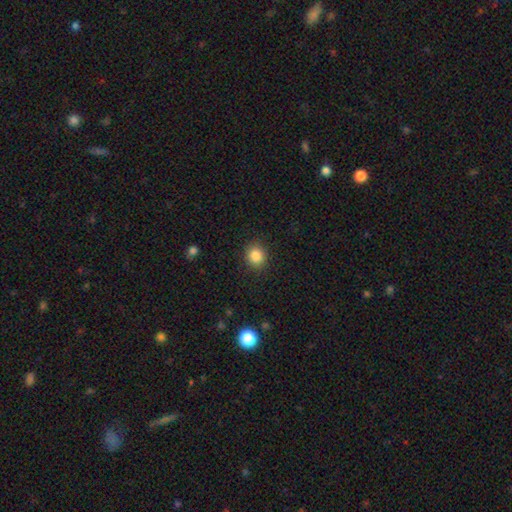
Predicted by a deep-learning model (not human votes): A smooth galaxy with no disk features (85%) that is round (80%). Merging: none (90%).